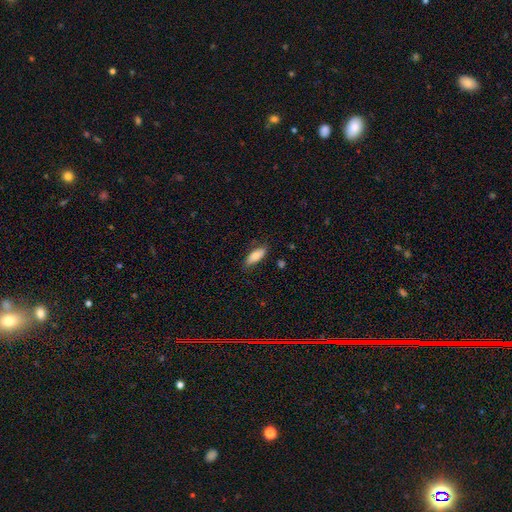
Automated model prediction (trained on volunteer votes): smooth_or_featured: smooth (p=0.75) [alt: featured or disk p=0.18]
how_rounded: in between (p=0.75) [alt: cigar-shaped p=0.23]
merging: none (p=0.76) [alt: minor disturbance p=0.19]